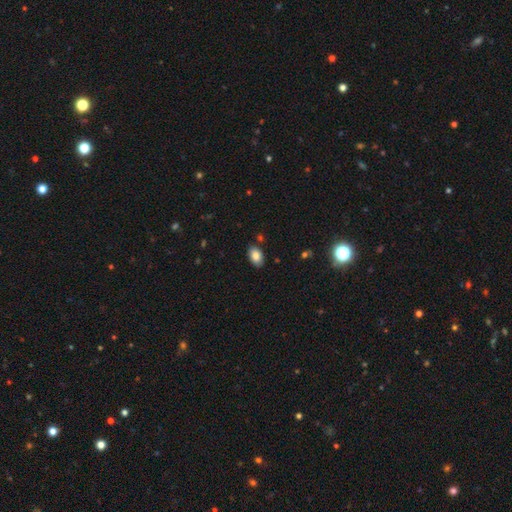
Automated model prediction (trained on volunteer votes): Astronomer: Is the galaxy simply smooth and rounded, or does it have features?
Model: smooth — 83%.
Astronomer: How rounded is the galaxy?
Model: in between — 91%.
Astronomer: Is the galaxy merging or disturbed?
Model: none — 86%.